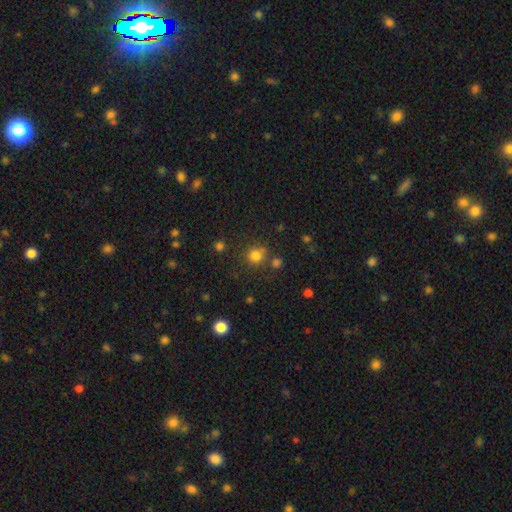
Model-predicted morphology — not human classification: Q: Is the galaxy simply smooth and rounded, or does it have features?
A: smooth — 79%.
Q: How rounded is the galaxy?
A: round — 90%.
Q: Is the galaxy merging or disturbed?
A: none — 75%.